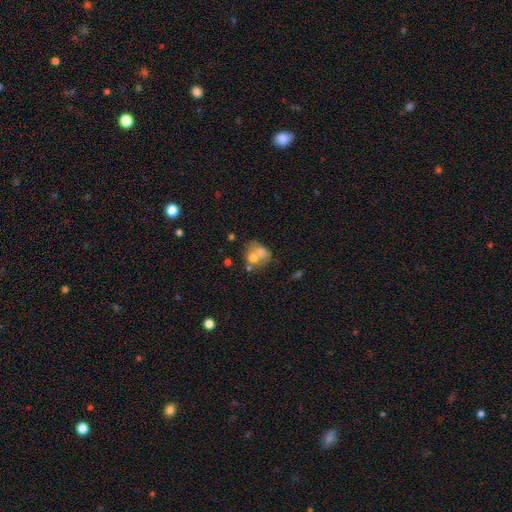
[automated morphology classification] Smooth or featured? smooth (59%)
How rounded? round (54%)
Merging? merger (45%)